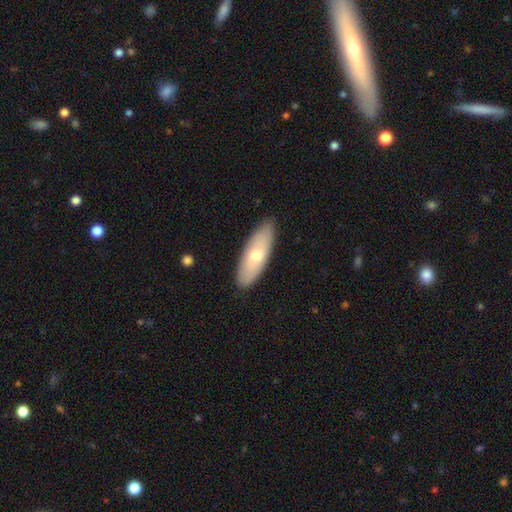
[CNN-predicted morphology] smooth-or-featured: smooth: 63% | featured or disk: 32% | star or artifact: 6%
  how-rounded: in between: 65% | cigar-shaped: 33% | round: 2%
  merging: none: 87% | minor disturbance: 10% | major disturbance: 2% | merger: 1%